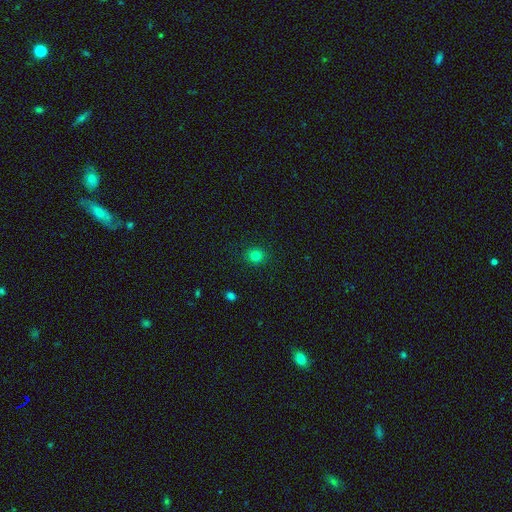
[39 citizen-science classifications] smooth_or_featured: smooth (p=0.87) [alt: featured or disk p=0.08]
how_rounded: round (p=0.85) [alt: in between p=0.15]
merging: none (p=0.86) [alt: minor disturbance p=0.14]